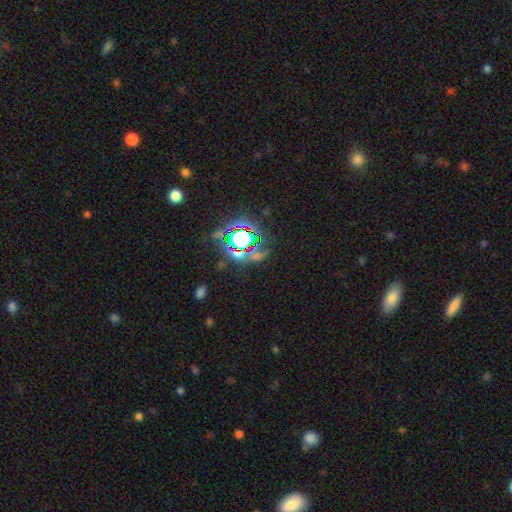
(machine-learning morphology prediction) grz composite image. It shows a star or artifact, not a galaxy (70%).